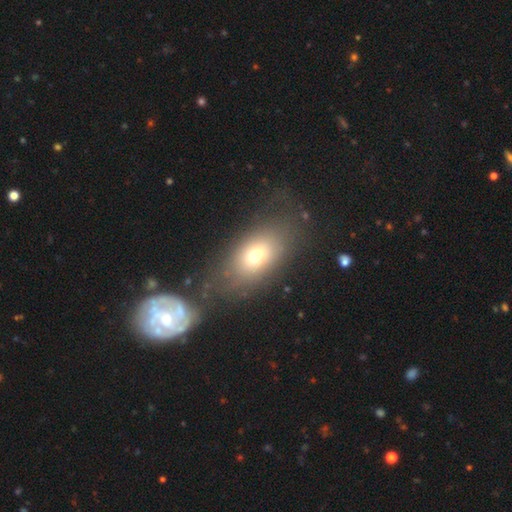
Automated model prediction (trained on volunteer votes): smooth-or-featured: smooth: 66% | featured or disk: 21% | star or artifact: 13%
  how-rounded: in between: 79% | round: 17% | cigar-shaped: 4%
  merging: none: 67% | minor disturbance: 16% | major disturbance: 14% | merger: 4%